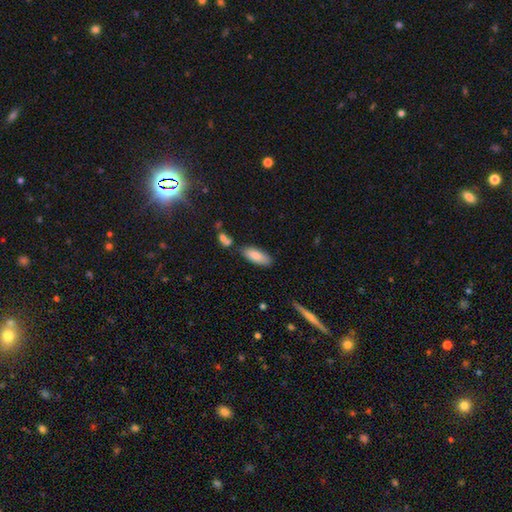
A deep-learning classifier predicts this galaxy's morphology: Q: Smooth or featured?
A: smooth (85%); runner-up: featured or disk (8%)
Q: How rounded?
A: in between (72%); runner-up: cigar-shaped (26%)
Q: Merging?
A: none (77%); runner-up: minor disturbance (13%)